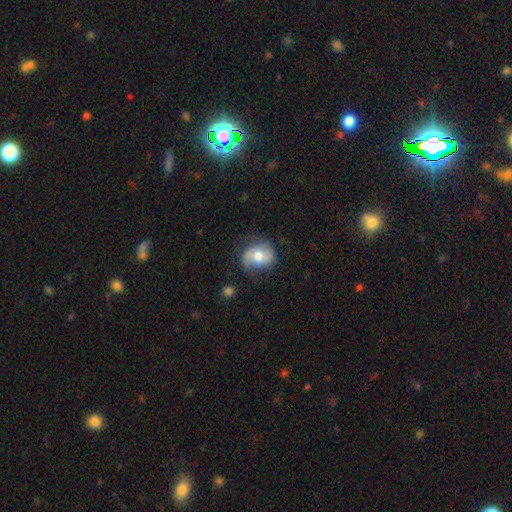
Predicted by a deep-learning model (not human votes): Smooth or featured?
  - featured or disk: 58% *
  - smooth: 30%
  - star or artifact: 12%
Edge-on disk?
  - no: 96% *
  - yes: 4%
Bar?
  - no: 65% *
  - weak: 27%
  - strong: 8%
Spiral arms?
  - yes: 86% *
  - no: 14%
Bulge size?
  - moderate: 71% *
  - small: 19%
  - large: 7%
  - none: 1%
  - dominant: 1%
Merging?
  - none: 71% *
  - minor disturbance: 20%
  - major disturbance: 8%
  - merger: 2%